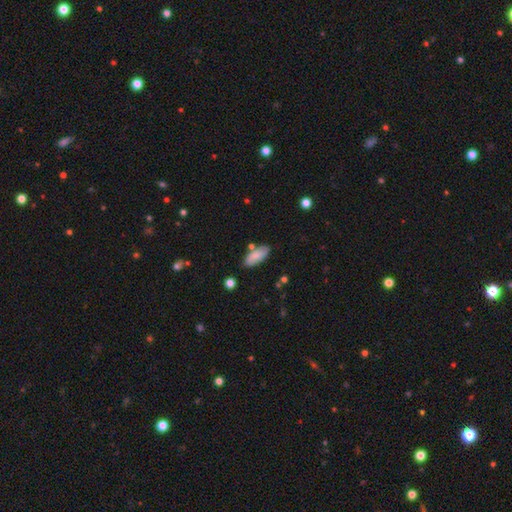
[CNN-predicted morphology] Smooth or featured? smooth (81%)
How rounded? in between (81%)
Merging? none (78%)